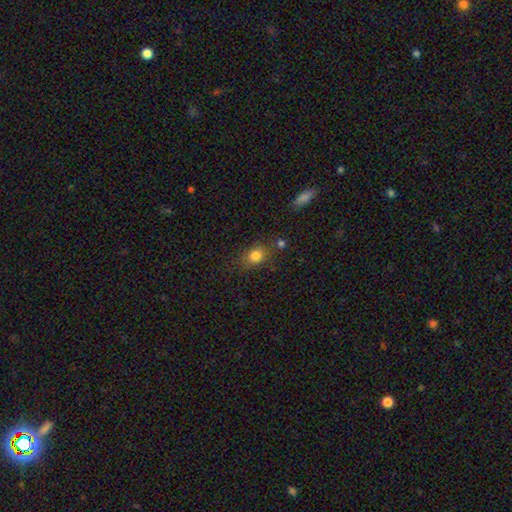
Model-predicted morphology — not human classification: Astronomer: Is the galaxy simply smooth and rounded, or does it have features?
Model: smooth — 81%.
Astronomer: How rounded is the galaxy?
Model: in between — 49%, tied with round at 49%.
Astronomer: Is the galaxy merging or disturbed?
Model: none — 73%.